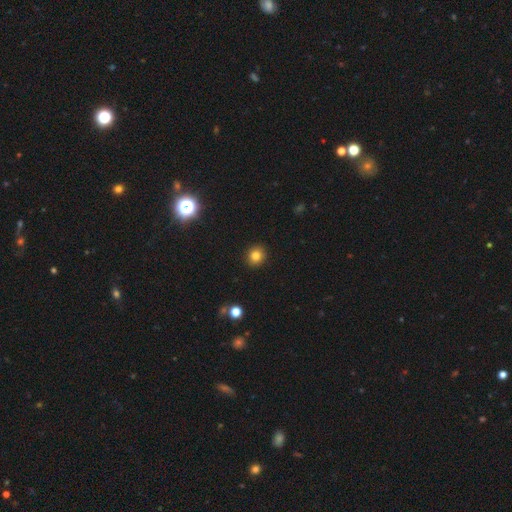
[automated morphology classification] The model was most divided on "smooth or featured": smooth: 82%, star or artifact: 12%, featured or disk: 6%. More confident: merging — none (92%); how rounded — round (86%).